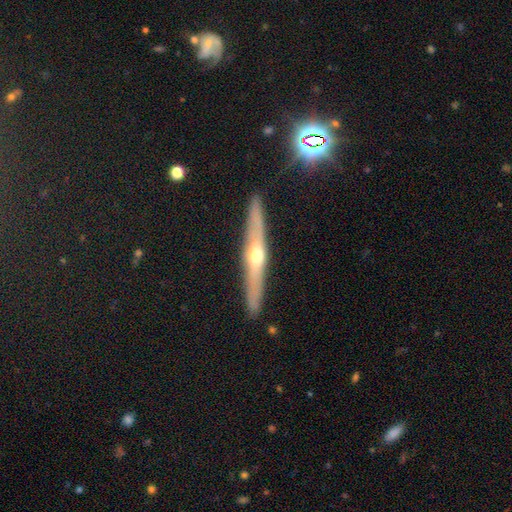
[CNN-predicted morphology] Overall: featured or disk (71%). Edge-on disk: yes (96%). Edge-on bulge: rounded (90%). Merging: none (91%).